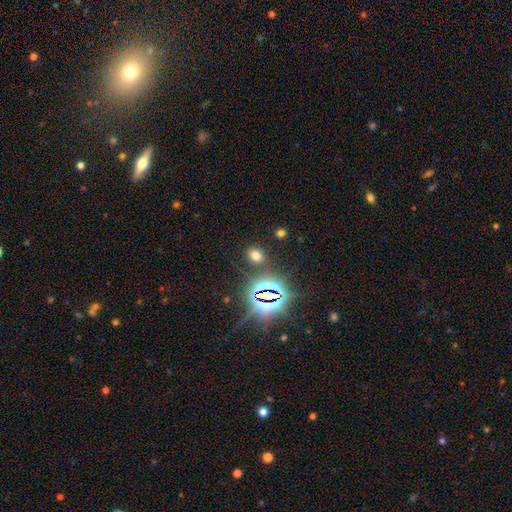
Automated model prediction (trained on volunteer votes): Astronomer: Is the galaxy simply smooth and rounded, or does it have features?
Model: smooth — 59%.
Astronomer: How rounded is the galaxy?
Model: in between — 50% (runner-up: round, 48%).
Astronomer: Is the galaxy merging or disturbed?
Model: none — 84%.